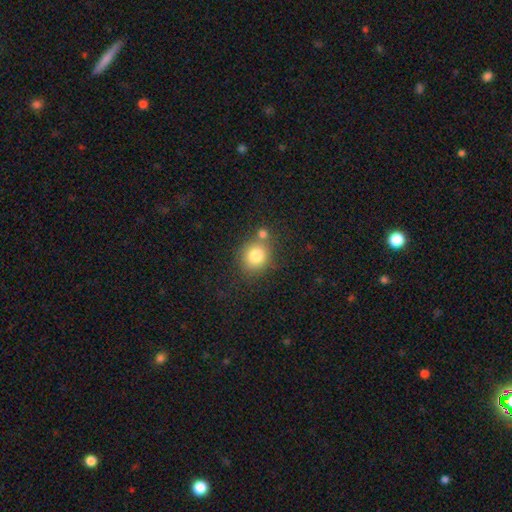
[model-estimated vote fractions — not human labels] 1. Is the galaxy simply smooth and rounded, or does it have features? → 81% smooth, 11% star or artifact, 9% featured or disk.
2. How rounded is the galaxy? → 81% round, 18% in between, 1% cigar-shaped.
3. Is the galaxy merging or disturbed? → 62% none, 23% merger, 11% minor disturbance, 4% major disturbance.